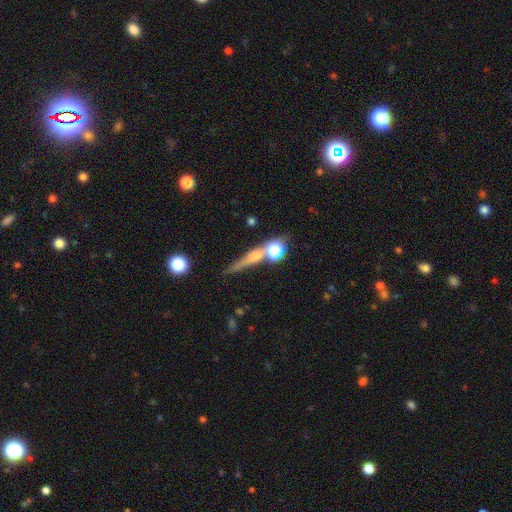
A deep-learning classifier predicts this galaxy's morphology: featured or disk 44%, smooth 42%, star or artifact 15%. Down the decision tree: merging — none (58%).